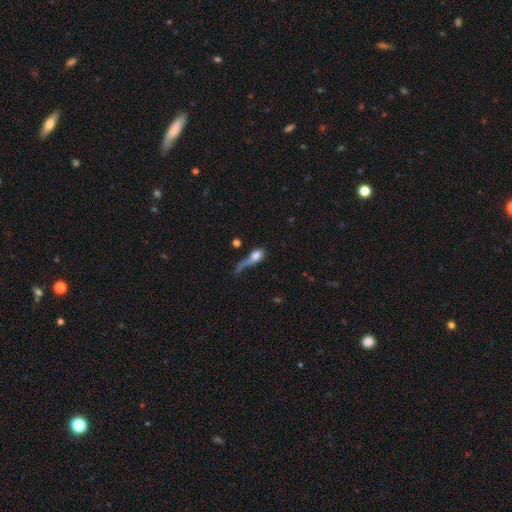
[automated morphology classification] Smooth or featured?
  - smooth: 62% *
  - featured or disk: 27%
  - star or artifact: 11%
How rounded?
  - in between: 55% *
  - cigar-shaped: 23%
  - round: 22%
Merging?
  - major disturbance: 50% *
  - none: 21%
  - minor disturbance: 17%
  - merger: 13%